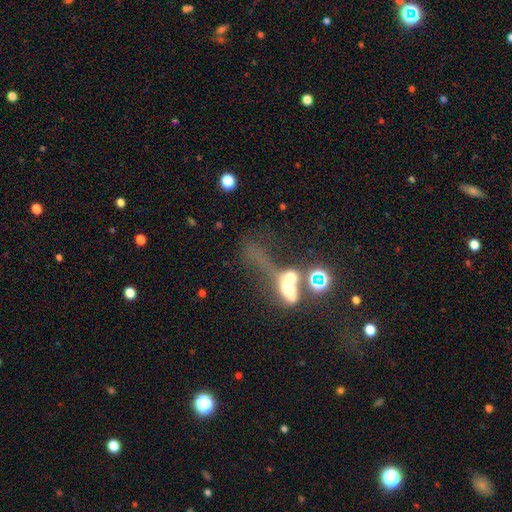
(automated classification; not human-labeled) A smooth galaxy with no disk features (38%). Merging: merger (41%).